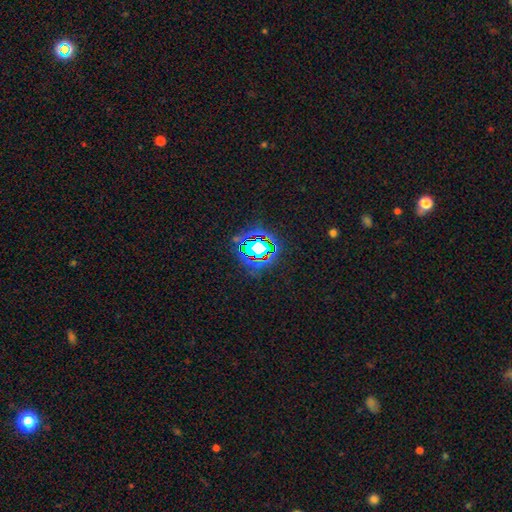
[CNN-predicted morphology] Smooth or featured? Predicted: star or artifact (p=0.78).